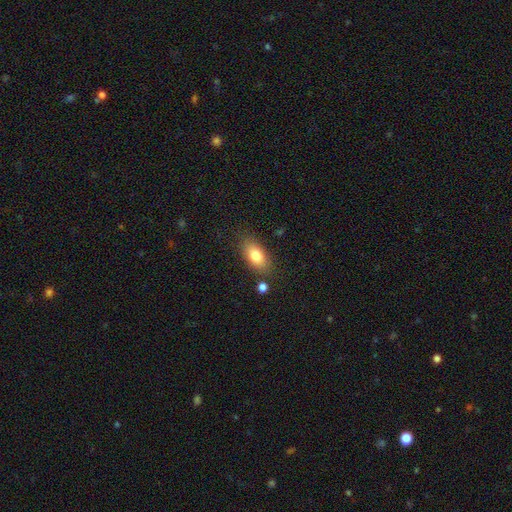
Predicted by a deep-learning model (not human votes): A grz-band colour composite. It shows a smooth galaxy with no disk features (80%) that is in between round and cigar-shaped (87%). Merging: none (79%).